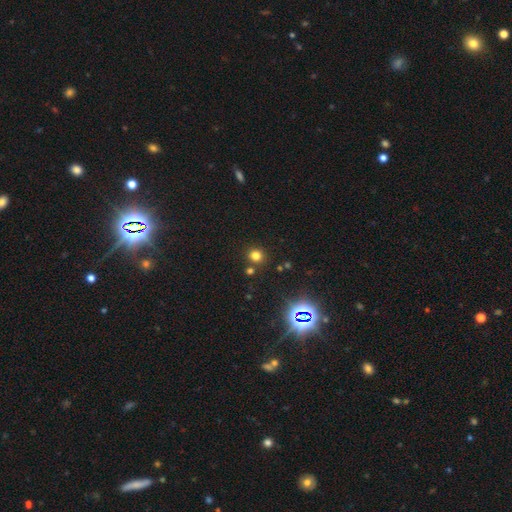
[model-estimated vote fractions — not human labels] This appears to be a smooth galaxy with no disk features (73%) that is round (88%). Merging: none (81%).